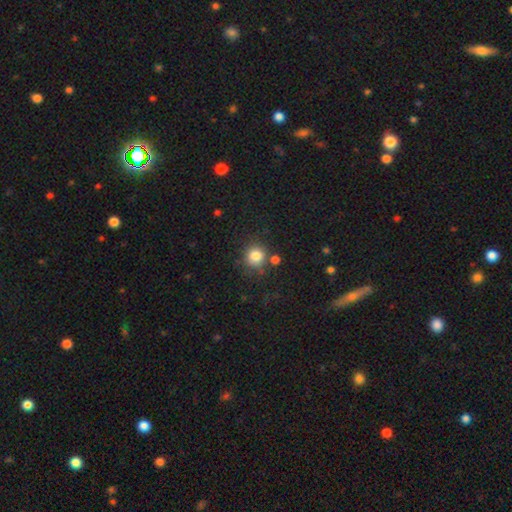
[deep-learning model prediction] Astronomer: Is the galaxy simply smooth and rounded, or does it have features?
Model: smooth — 82%.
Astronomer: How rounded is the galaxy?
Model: round — 88%.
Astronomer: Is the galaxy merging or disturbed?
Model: none — 75%.